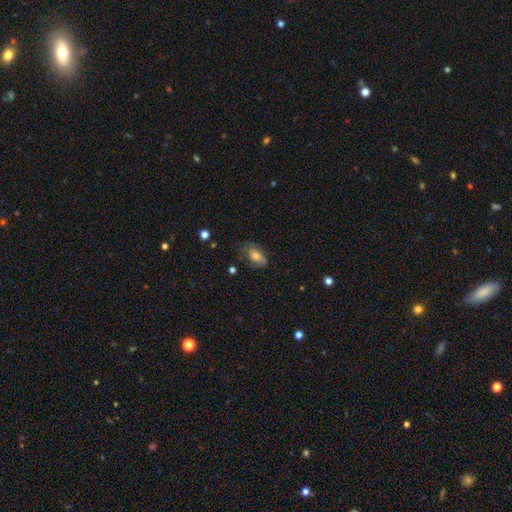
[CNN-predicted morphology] smooth_or_featured: smooth (p=0.63) [alt: featured or disk p=0.27]
how_rounded: in between (p=0.87) [alt: round p=0.11]
merging: none (p=0.59) [alt: minor disturbance p=0.28]